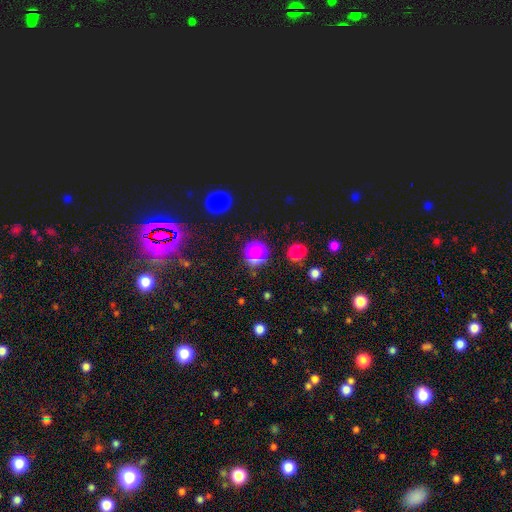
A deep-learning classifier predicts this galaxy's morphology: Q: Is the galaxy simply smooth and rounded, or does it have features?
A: star or artifact — 46%, tied with smooth.